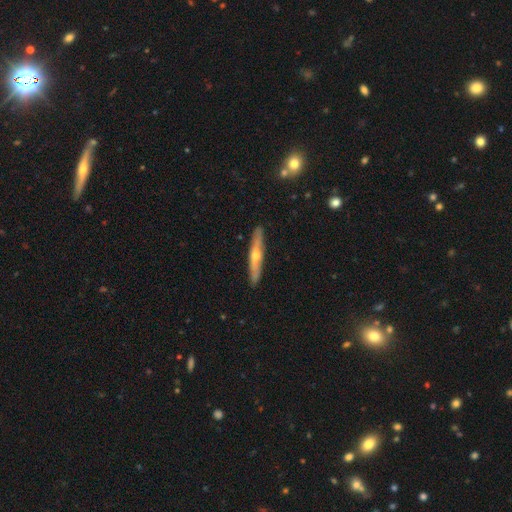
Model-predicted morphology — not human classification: type=featured or disk (62%); edge-on=yes (89%); edge-on bulge=rounded (84%); merging=none (89%).